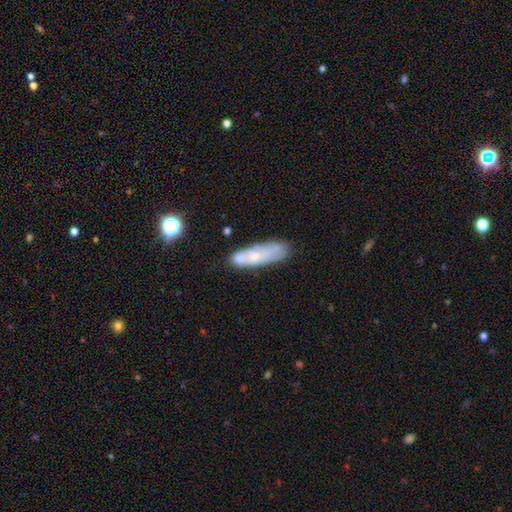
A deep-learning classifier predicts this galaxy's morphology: smooth 53%, featured or disk 39%, star or artifact 8%. Down the decision tree: how rounded — cigar-shaped (53%); merging — none (52%).